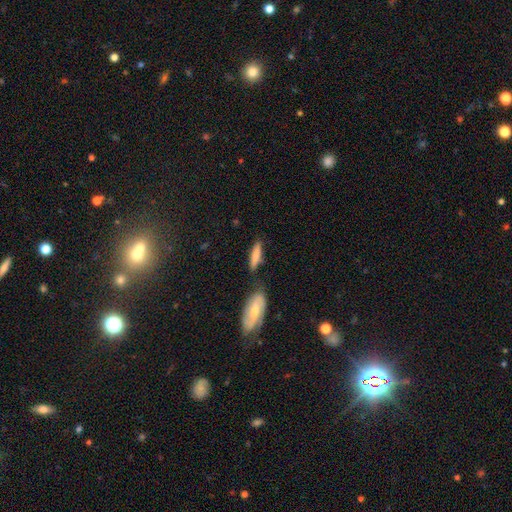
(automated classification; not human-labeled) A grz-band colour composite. It shows a smooth galaxy with no disk features (73%) that is cigar-shaped (71%). Merging: none (61%).